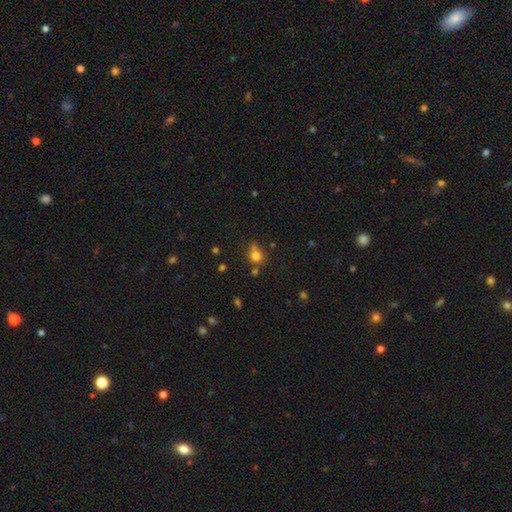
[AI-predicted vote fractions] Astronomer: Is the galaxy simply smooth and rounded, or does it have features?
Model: smooth — 76%.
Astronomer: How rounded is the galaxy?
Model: round — 80%.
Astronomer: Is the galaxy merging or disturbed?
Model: none — 55%.